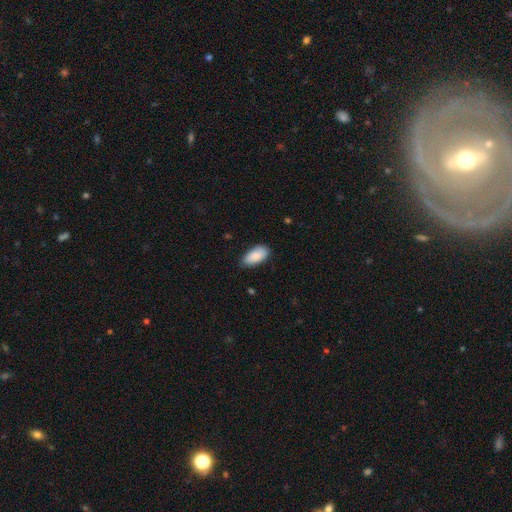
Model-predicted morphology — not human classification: Q: Smooth or featured?
A: smooth (88%); runner-up: featured or disk (6%)
Q: How rounded?
A: in between (94%); runner-up: cigar-shaped (4%)
Q: Merging?
A: none (79%); runner-up: minor disturbance (17%)